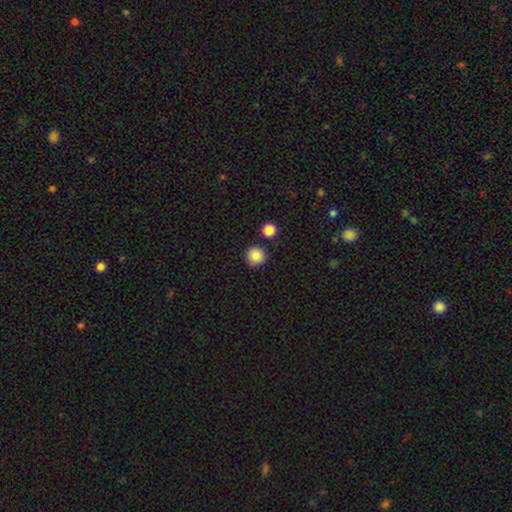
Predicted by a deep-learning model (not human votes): A smooth galaxy with no disk features (84%) that is round (95%). Merging: none (87%).